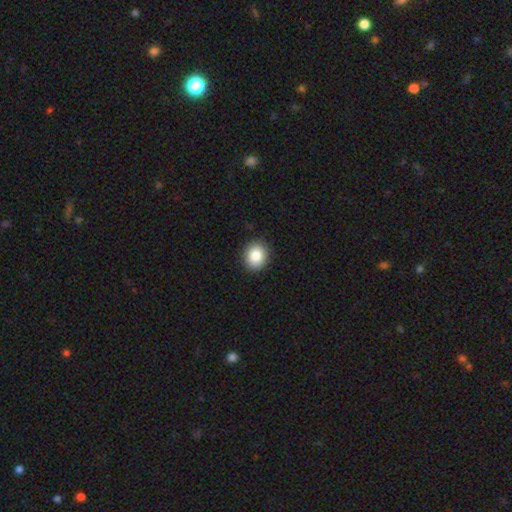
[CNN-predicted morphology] A smooth galaxy with no disk features (86%) that is round (71%). Merging: none (90%).